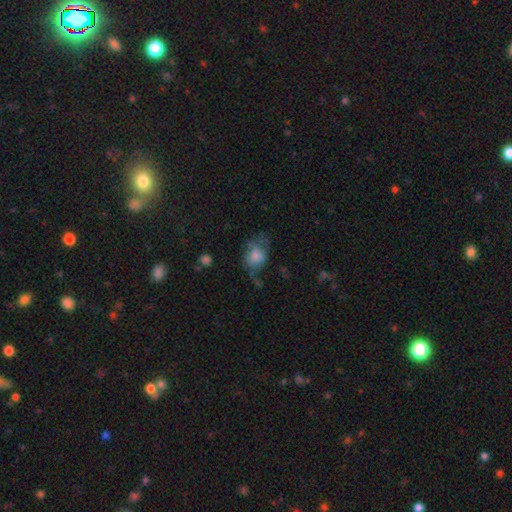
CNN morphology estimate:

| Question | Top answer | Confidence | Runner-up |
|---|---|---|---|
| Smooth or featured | smooth | 66% | featured or disk (25%) |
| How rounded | in between | 63% | round (36%) |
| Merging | major disturbance | 34% | none (33%) |